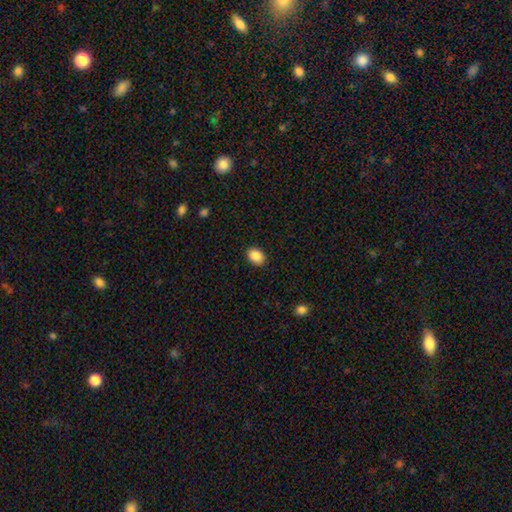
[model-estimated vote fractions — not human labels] This is clearly a smooth galaxy (89%). How rounded: likely in between (72%). Merging: clearly none (89%).